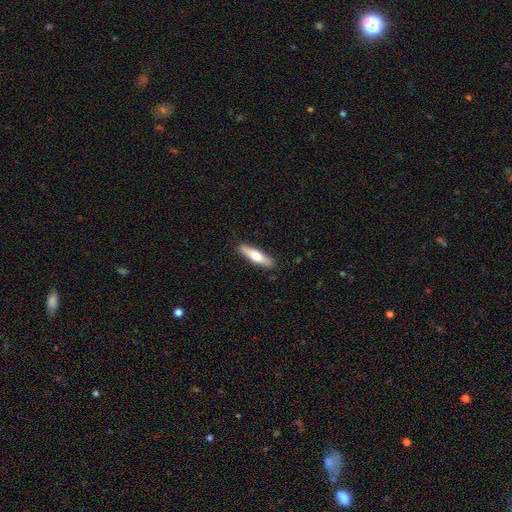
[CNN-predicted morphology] This is possibly a smooth galaxy (59%). How rounded: likely cigar-shaped (76%). Merging: clearly none (89%).